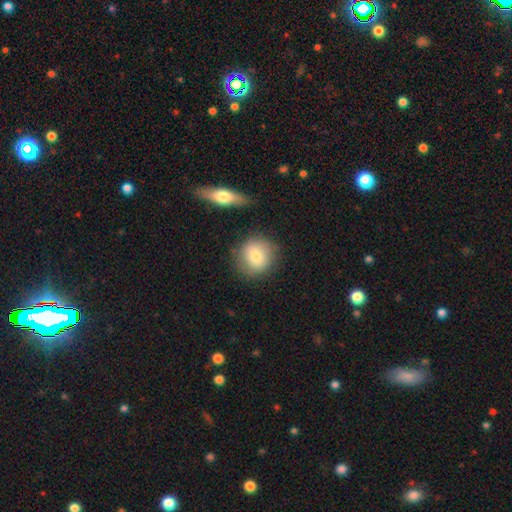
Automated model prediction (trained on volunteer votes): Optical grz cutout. It shows a smooth galaxy with no disk features (78%) that is round (86%). Merging: none (78%).